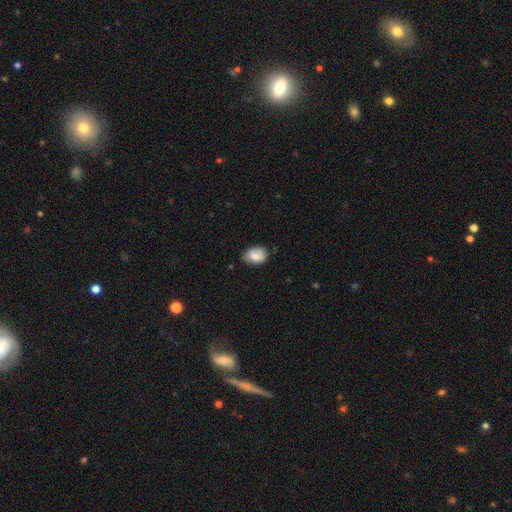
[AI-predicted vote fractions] Morphology: type=smooth (79%); roundness=in between (76%); merging=none (71%).